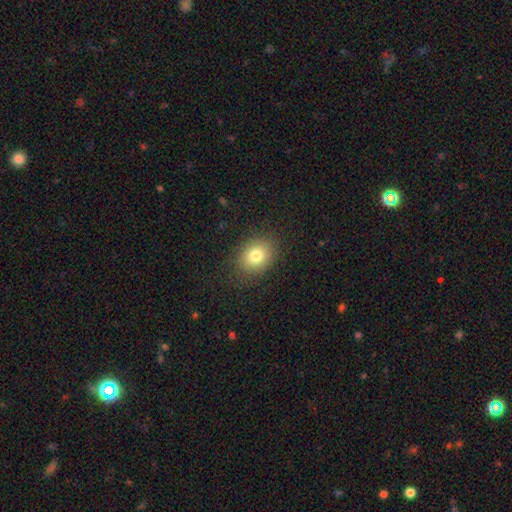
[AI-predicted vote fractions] smooth 79%, star or artifact 11%, featured or disk 10%. Down the decision tree: how rounded — in between (52%); merging — none (85%).